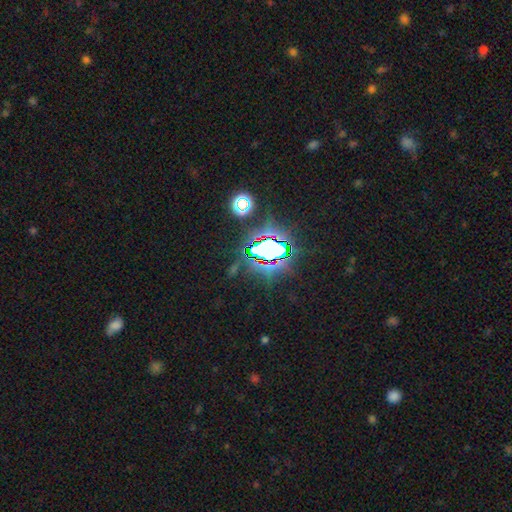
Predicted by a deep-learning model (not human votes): Smooth or featured? Predicted: star or artifact (p=0.81).